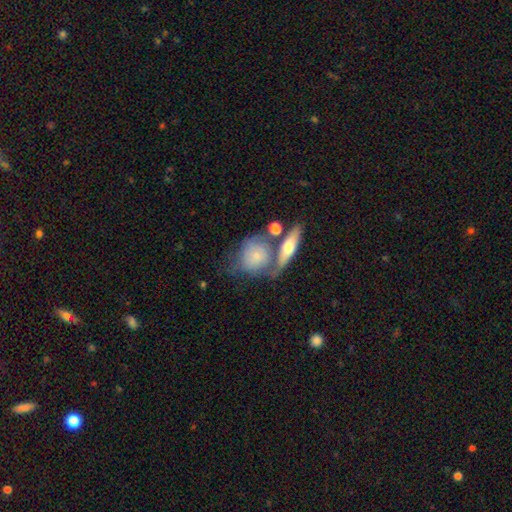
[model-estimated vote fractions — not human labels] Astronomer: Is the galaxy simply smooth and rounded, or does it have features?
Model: smooth — 62%.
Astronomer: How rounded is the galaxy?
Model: round — 59% (runner-up: in between, 37%).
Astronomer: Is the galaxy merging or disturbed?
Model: none — 37% (runner-up: merger, 34%).